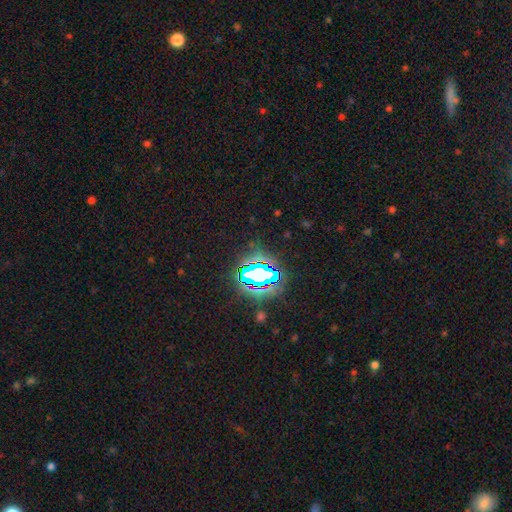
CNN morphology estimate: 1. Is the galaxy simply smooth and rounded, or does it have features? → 81% star or artifact, 12% smooth, 7% featured or disk.